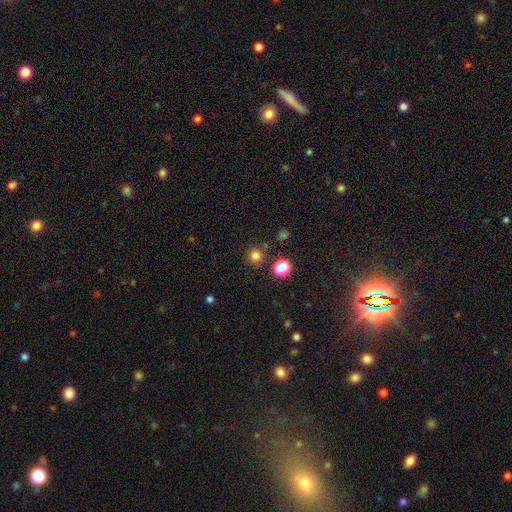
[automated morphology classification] This appears to be a smooth galaxy with no disk features (78%) that is round (94%). Merging: none (84%).